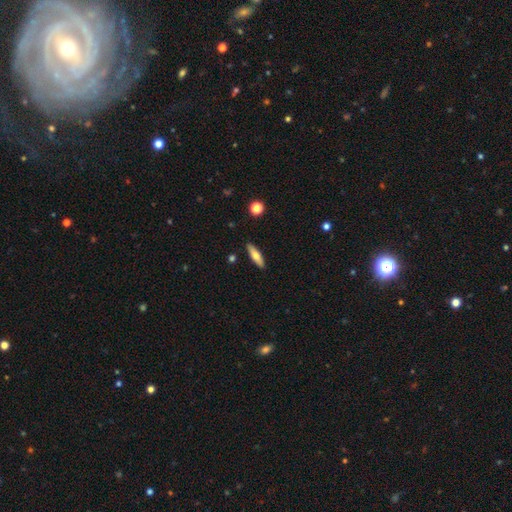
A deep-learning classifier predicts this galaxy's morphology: The model was most divided on "smooth or featured": smooth: 63%, featured or disk: 31%, star or artifact: 6%. More confident: merging — none (89%); how rounded — cigar-shaped (65%).